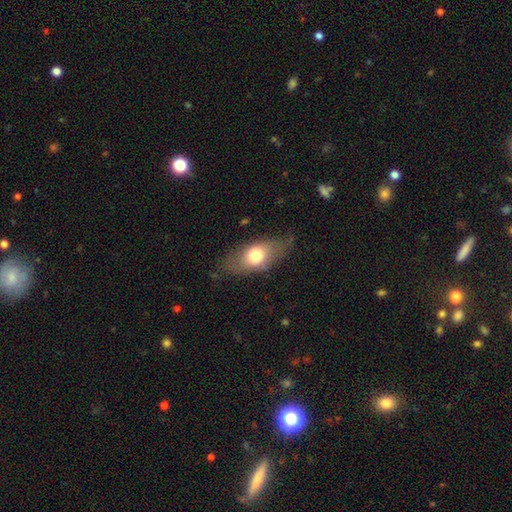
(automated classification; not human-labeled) smooth-or-featured: smooth: 66% | featured or disk: 26% | star or artifact: 7%
  how-rounded: in between: 81% | round: 11% | cigar-shaped: 8%
  merging: none: 66% | minor disturbance: 23% | major disturbance: 10% | merger: 2%